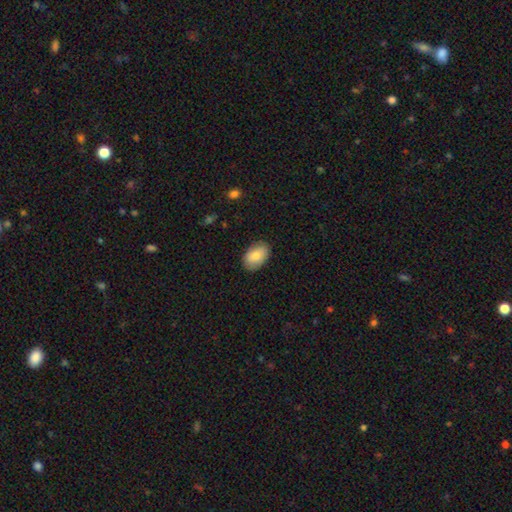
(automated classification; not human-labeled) Smooth or featured? Predicted: smooth (p=0.81). How rounded? Predicted: in between (p=0.90). Merging? Predicted: none (p=0.85).